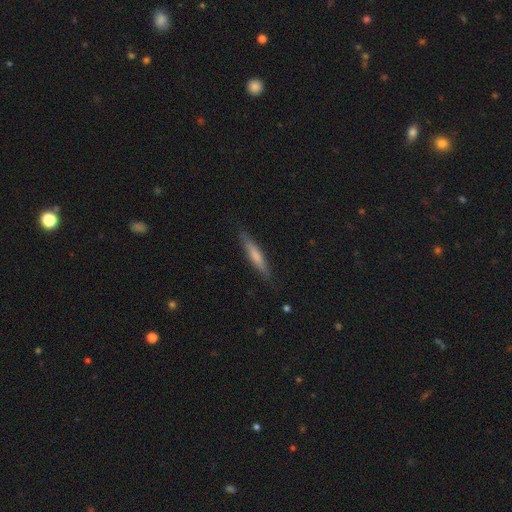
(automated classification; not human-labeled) Smooth or featured? smooth (60%)
How rounded? cigar-shaped (90%)
Merging? none (85%)